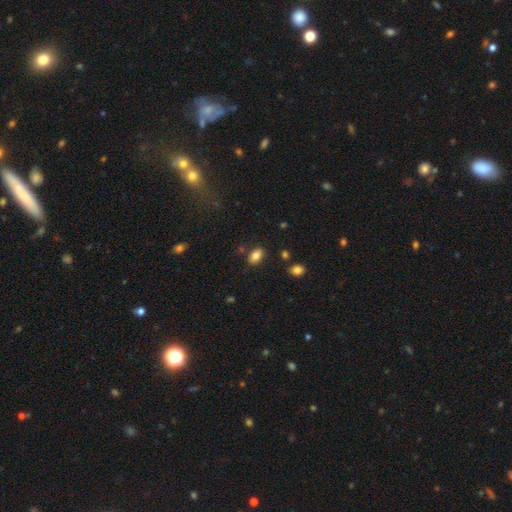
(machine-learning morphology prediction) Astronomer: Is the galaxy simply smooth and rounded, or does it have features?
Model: smooth — 83%.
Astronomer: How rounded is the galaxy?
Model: in between — 87%.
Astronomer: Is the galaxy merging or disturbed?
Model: none — 81%.